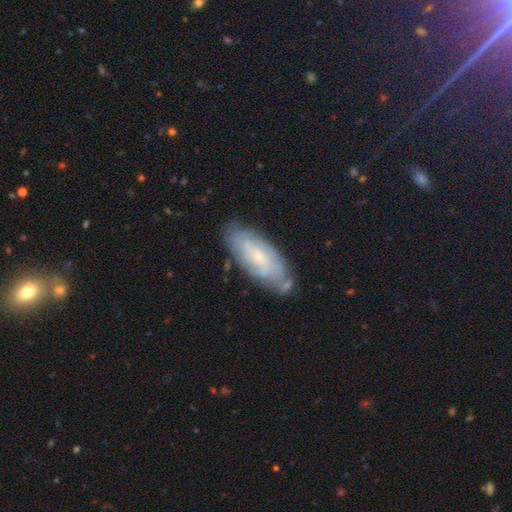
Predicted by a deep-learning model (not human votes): Smooth or featured? Predicted: featured or disk (p=0.57). Edge-on disk? Predicted: no (p=0.84). Merging? Predicted: none (p=0.77).